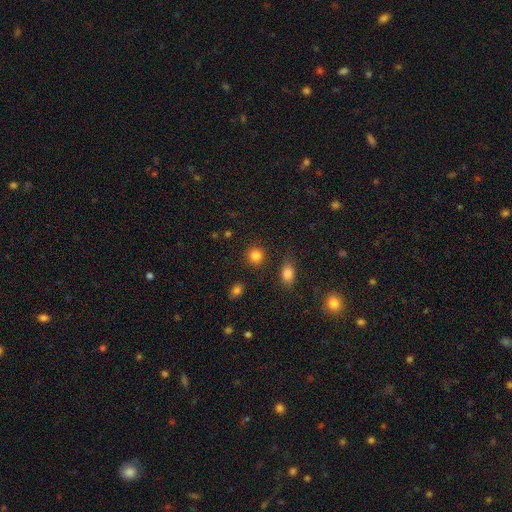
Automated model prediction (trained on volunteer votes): A smooth galaxy with no disk features (84%) that is round (90%).

Vote fractions:
- Smooth or featured? smooth: 84% / star or artifact: 11% / featured or disk: 4%
- How rounded? round: 90% / in between: 9% / cigar-shaped: 1%
- Merging? none: 87% / minor disturbance: 7% / merger: 3% / major disturbance: 3%